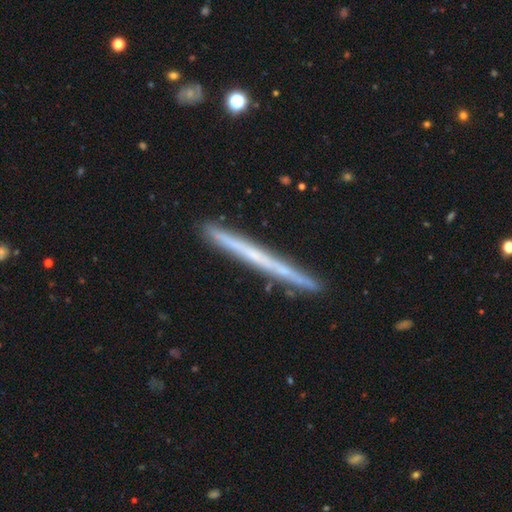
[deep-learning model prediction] The model was most divided on "smooth or featured": featured or disk: 60%, smooth: 35%, star or artifact: 6%. More confident: edge-on disk — yes (97%); merging — none (91%); edge-on bulge — none (86%).